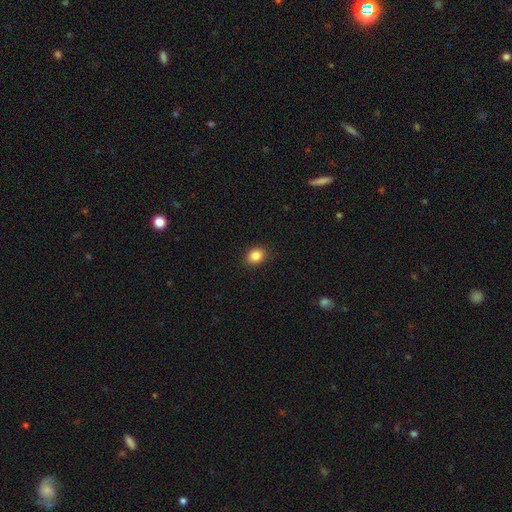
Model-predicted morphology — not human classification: Smooth or featured?
  - smooth: 85% *
  - star or artifact: 9%
  - featured or disk: 5%
How rounded?
  - in between: 56% *
  - round: 43%
  - cigar-shaped: 1%
Merging?
  - none: 89% *
  - minor disturbance: 8%
  - major disturbance: 2%
  - merger: 1%